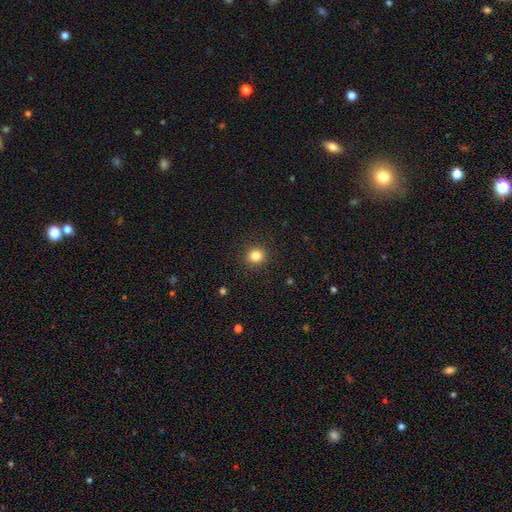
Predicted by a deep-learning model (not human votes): smooth-or-featured: smooth: 83% | star or artifact: 12% | featured or disk: 5%
  how-rounded: round: 92% | in between: 8% | cigar-shaped: 1%
  merging: none: 91% | minor disturbance: 6% | major disturbance: 2% | merger: 1%